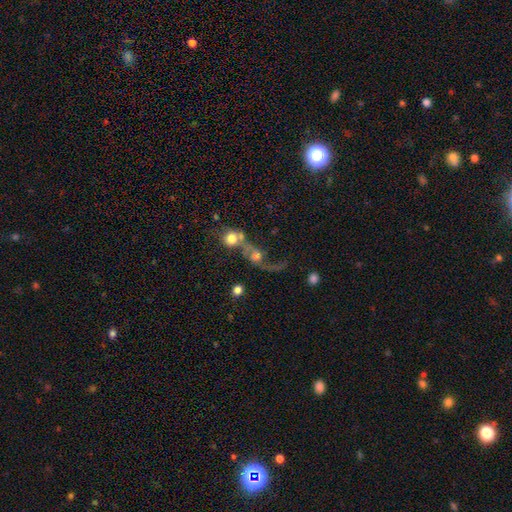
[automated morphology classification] Q: Smooth or featured?
A: featured or disk (50%); runner-up: smooth (35%)
Q: Merging?
A: merger (50%); runner-up: major disturbance (21%)